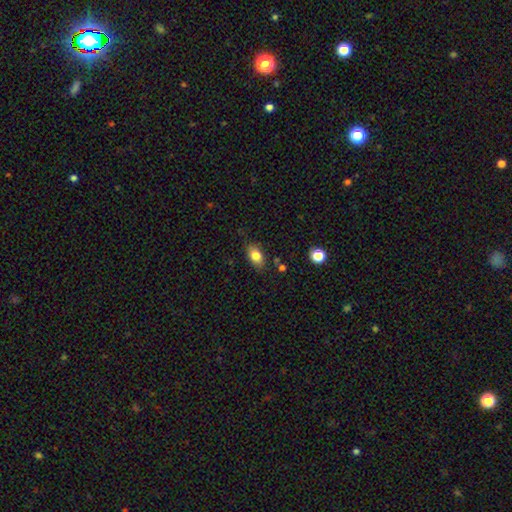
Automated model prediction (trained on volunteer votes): Smooth or featured? smooth (81%)
How rounded? in between (85%)
Merging? none (80%)